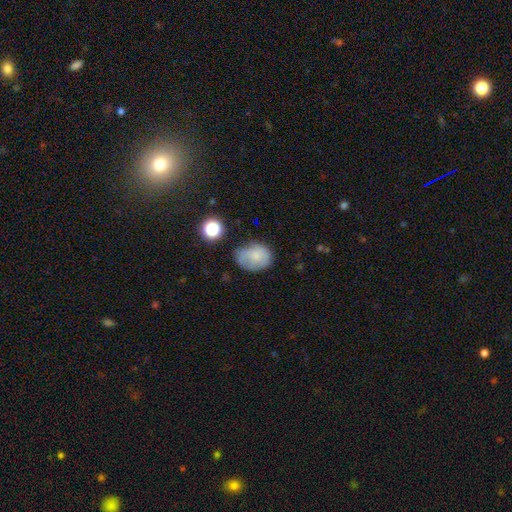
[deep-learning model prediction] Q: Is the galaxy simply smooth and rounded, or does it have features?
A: smooth — 68%.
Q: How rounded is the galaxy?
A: in between — 67%.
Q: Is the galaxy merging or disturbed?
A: none — 43%.